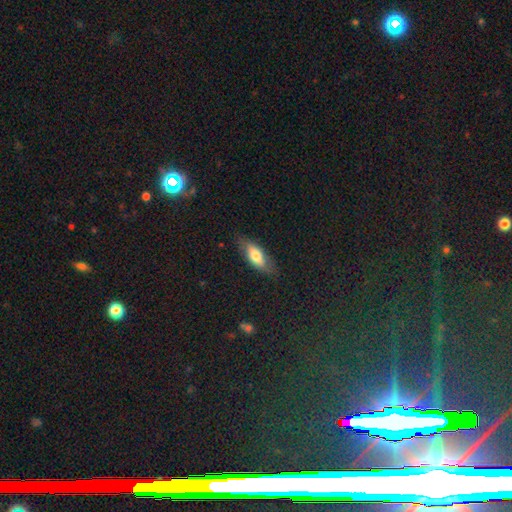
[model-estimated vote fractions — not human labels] Smooth or featured? smooth (70%)
How rounded? in between (74%)
Merging? none (76%)